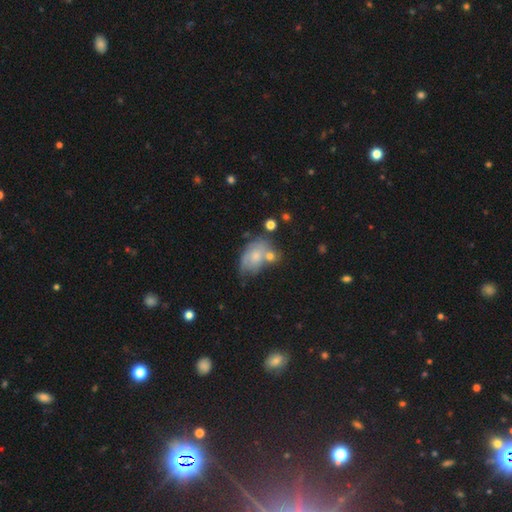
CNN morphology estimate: This appears to be a smooth galaxy with no disk features (54%) that is in between round and cigar-shaped (82%). Merging: none (32%).